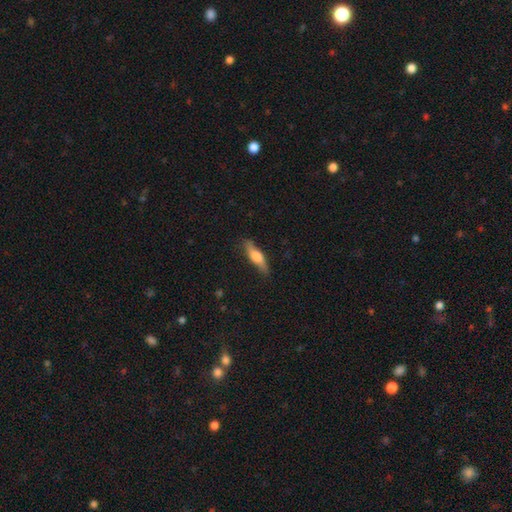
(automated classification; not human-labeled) This appears to be a smooth galaxy with no disk features (55%) that is cigar-shaped (63%). Merging: none (79%).